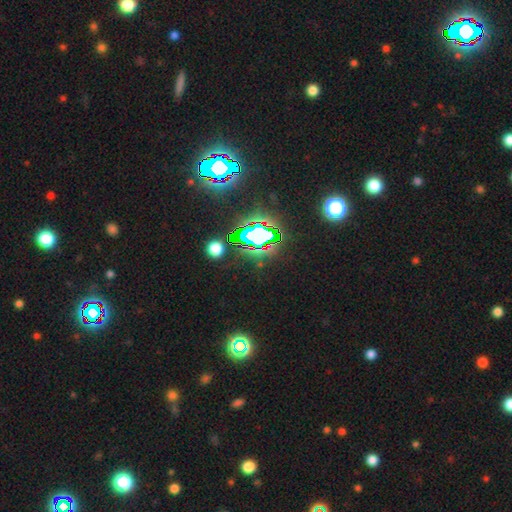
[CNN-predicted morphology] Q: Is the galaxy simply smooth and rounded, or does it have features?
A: star or artifact — 81%.